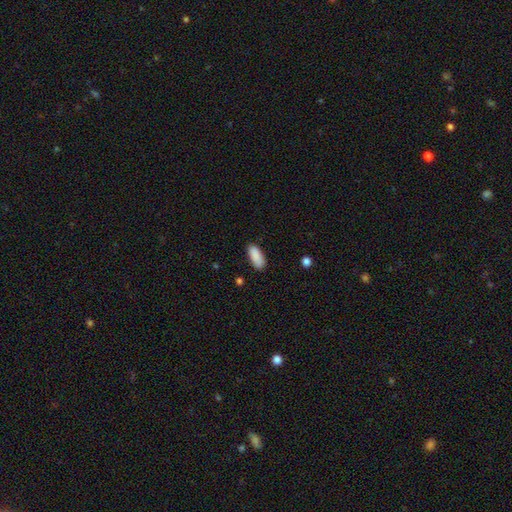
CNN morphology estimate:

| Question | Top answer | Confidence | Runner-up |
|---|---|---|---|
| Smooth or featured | smooth | 90% | star or artifact (6%) |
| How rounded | in between | 83% | cigar-shaped (15%) |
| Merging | none | 85% | minor disturbance (12%) |